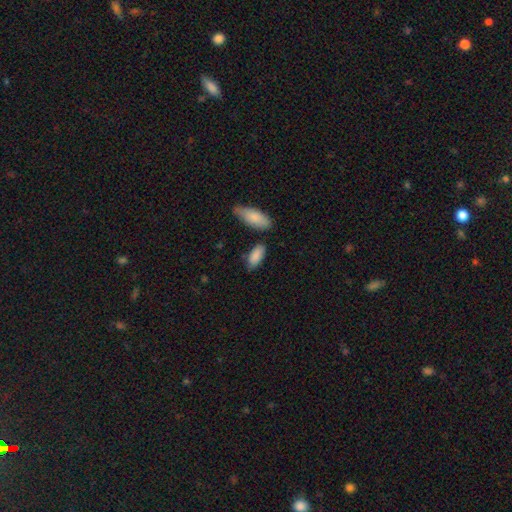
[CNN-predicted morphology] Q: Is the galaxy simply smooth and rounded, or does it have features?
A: smooth — 88%.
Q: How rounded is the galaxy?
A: in between — 86%.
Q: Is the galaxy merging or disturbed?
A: none — 71%.